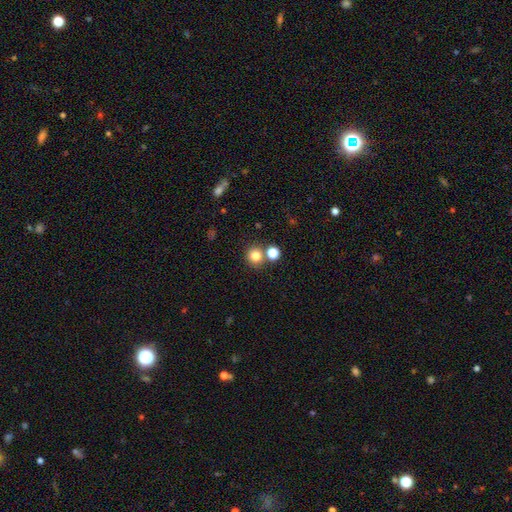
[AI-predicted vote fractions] Overall: smooth (80%). How rounded: round (90%). Merging: none (73%).